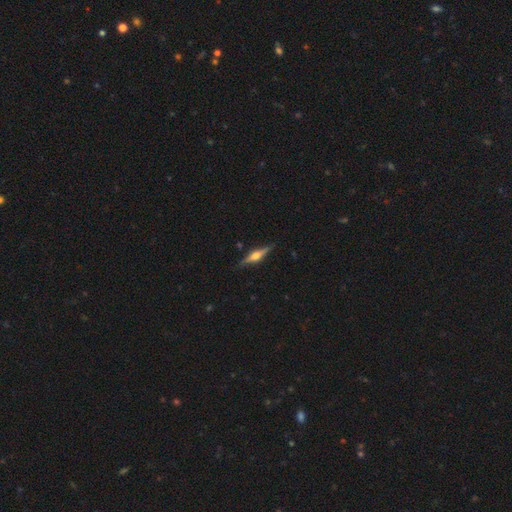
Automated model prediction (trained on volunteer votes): Smooth or featured: featured or disk — 73% (smooth — 21%)
Edge-on disk: yes — 97% (no — 3%)
Edge-on bulge: rounded — 88% (boxy — 9%)
Merging: none — 86% (minor disturbance — 10%)